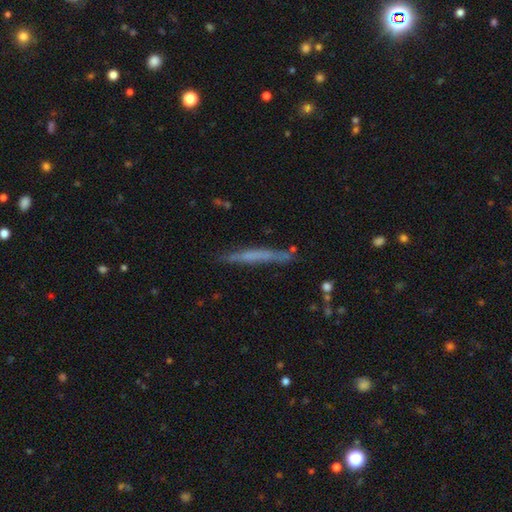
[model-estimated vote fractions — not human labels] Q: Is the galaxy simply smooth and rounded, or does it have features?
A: smooth — 47%.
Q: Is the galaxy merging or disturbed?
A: none — 80%.